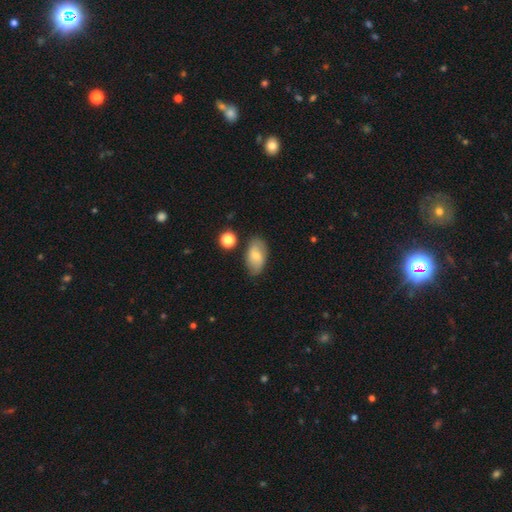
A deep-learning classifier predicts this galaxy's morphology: This appears to be a smooth galaxy with no disk features (67%) that is in between round and cigar-shaped (92%). Merging: none (78%).